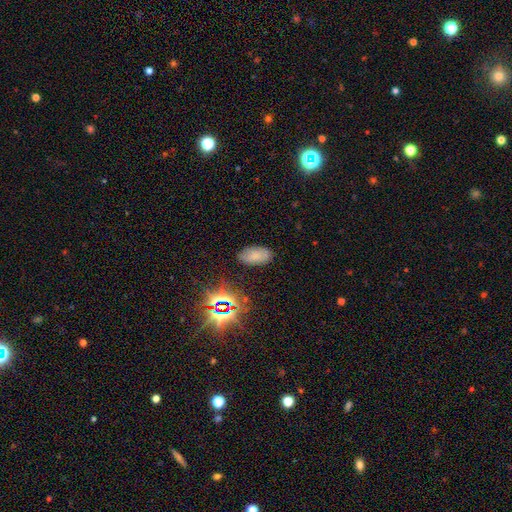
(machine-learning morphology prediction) Overall: smooth (65%). How rounded: in between (93%). Merging: none (82%).